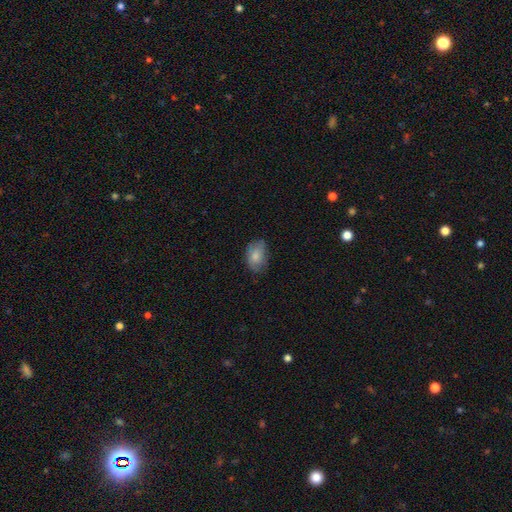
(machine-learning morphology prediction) Smooth or featured?
  - smooth: 80% *
  - featured or disk: 13%
  - star or artifact: 7%
How rounded?
  - in between: 87% *
  - round: 12%
  - cigar-shaped: 1%
Merging?
  - none: 65% *
  - minor disturbance: 27%
  - major disturbance: 7%
  - merger: 1%